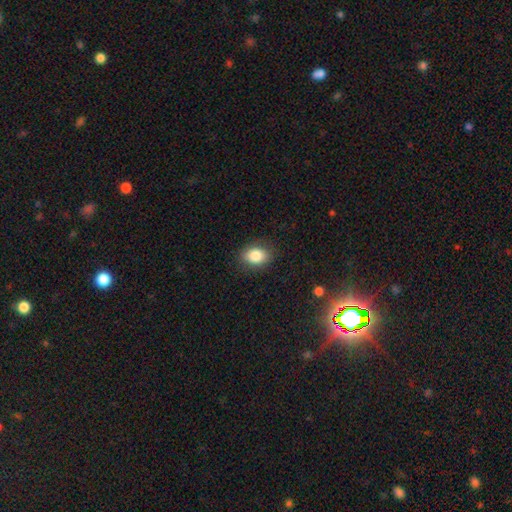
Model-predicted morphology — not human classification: This is clearly a smooth galaxy (84%). How rounded: likely in between (72%). Merging: clearly none (86%).